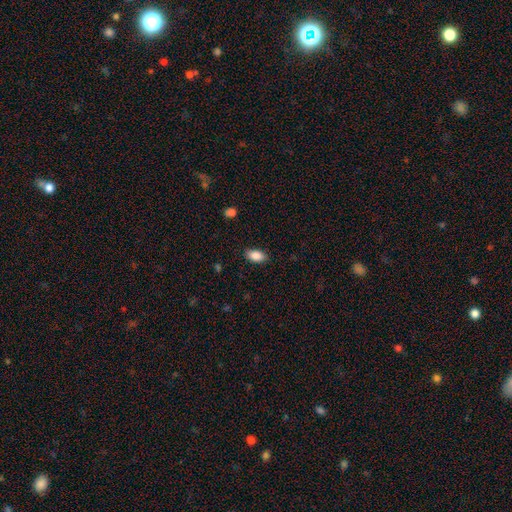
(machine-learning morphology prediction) Smooth or featured? Predicted: smooth (p=0.88). How rounded? Predicted: in between (p=0.92). Merging? Predicted: none (p=0.86).